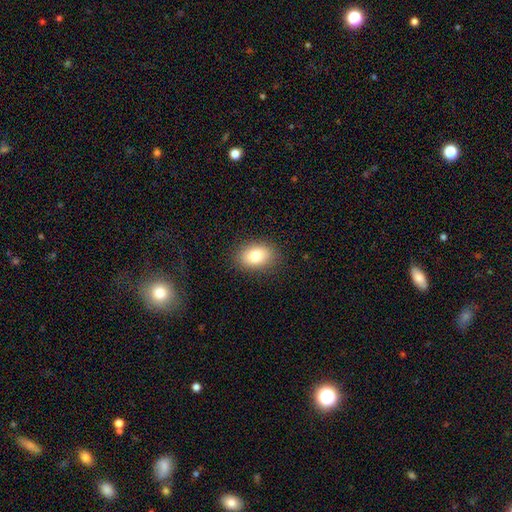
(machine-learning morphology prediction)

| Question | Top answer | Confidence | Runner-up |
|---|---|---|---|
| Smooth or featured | smooth | 81% | featured or disk (10%) |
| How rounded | in between | 78% | round (21%) |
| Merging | none | 87% | minor disturbance (9%) |